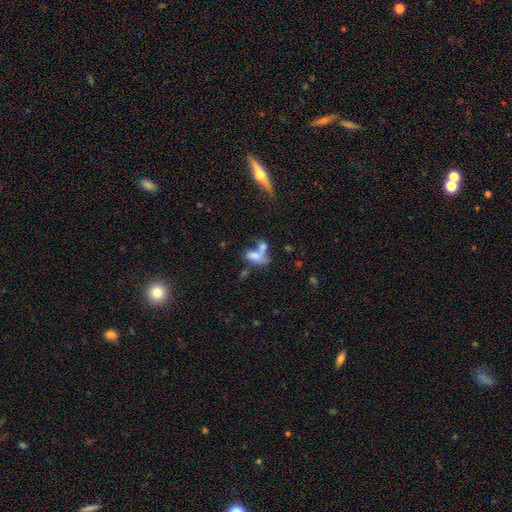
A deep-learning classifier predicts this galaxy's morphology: type=smooth (61%); roundness=in between (80%); merging=merger (56%).